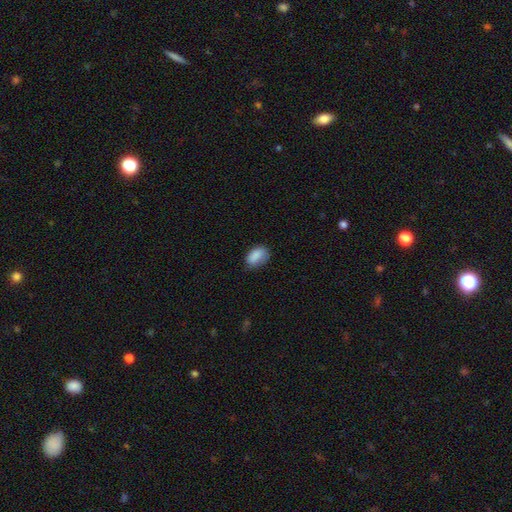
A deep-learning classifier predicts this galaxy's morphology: smooth_or_featured: smooth (p=0.86) [alt: star or artifact p=0.08]
how_rounded: in between (p=0.88) [alt: round p=0.10]
merging: none (p=0.62) [alt: minor disturbance p=0.30]